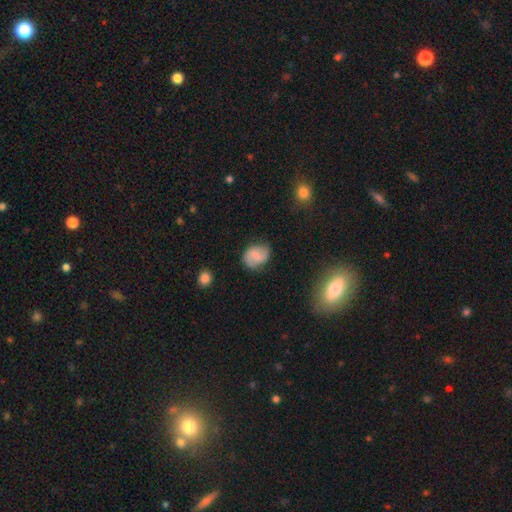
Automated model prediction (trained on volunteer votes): A smooth galaxy with no disk features (51%) that is in between round and cigar-shaped (55%). Merging: none (74%).